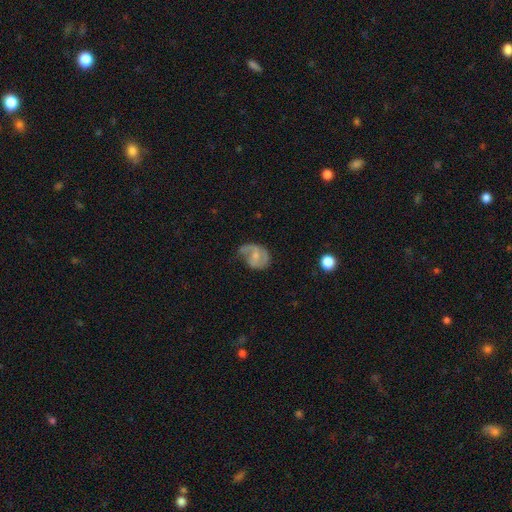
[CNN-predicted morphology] Smooth or featured? featured or disk (62%)
Edge-on disk? no (97%)
Bar? no (45%)
Spiral arms? yes (81%)
Bulge size? small (52%)
Merging? none (40%)